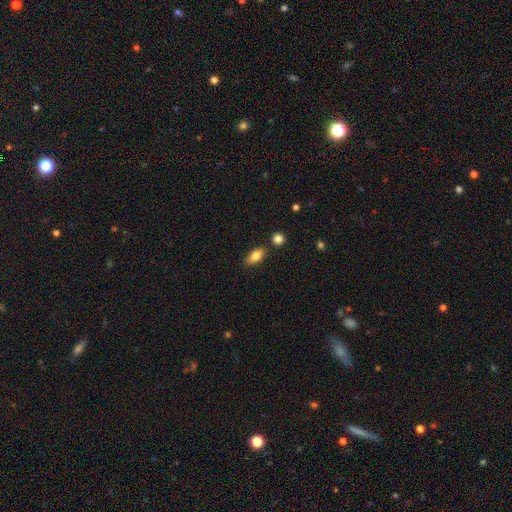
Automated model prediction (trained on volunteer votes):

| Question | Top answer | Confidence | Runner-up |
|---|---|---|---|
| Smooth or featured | smooth | 81% | featured or disk (12%) |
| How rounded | in between | 86% | cigar-shaped (9%) |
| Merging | none | 79% | minor disturbance (11%) |